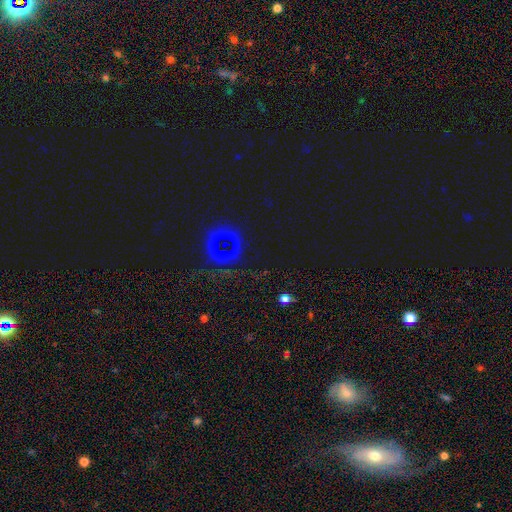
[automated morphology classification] Smooth or featured? star or artifact (76%)